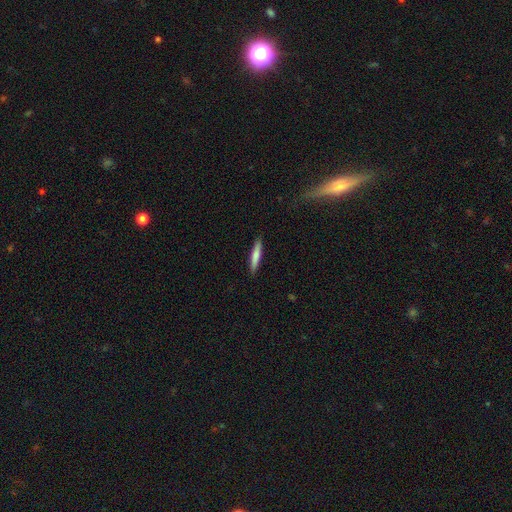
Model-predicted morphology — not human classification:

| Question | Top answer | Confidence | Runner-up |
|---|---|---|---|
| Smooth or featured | smooth | 70% | featured or disk (25%) |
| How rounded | cigar-shaped | 91% | in between (8%) |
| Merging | none | 90% | minor disturbance (8%) |